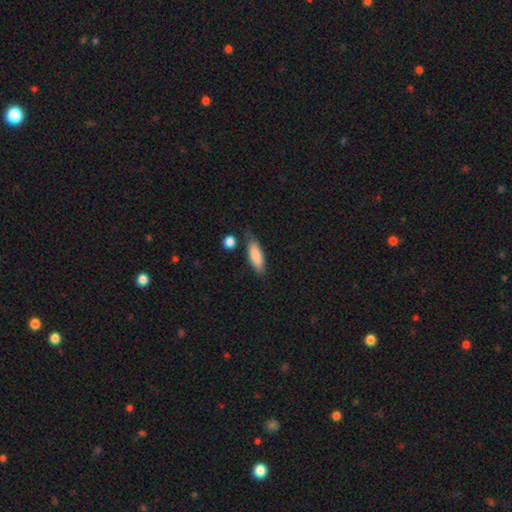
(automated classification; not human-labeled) The model was most divided on "how rounded": in between: 56%, cigar-shaped: 42%, round: 2%. More confident: smooth or featured — smooth (85%); merging — none (70%).